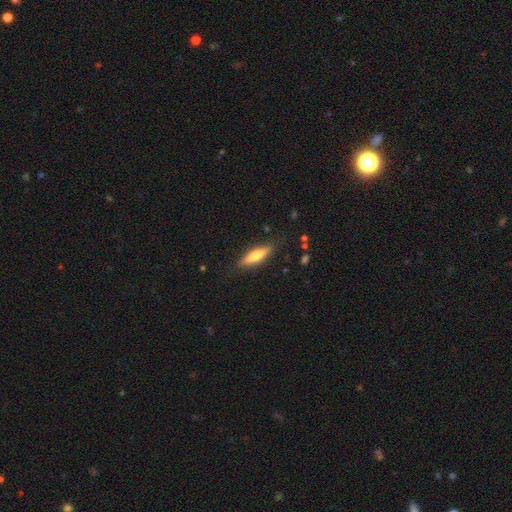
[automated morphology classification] Smooth or featured: smooth — 62% (featured or disk — 32%)
How rounded: cigar-shaped — 66% (in between — 32%)
Merging: none — 85% (minor disturbance — 11%)